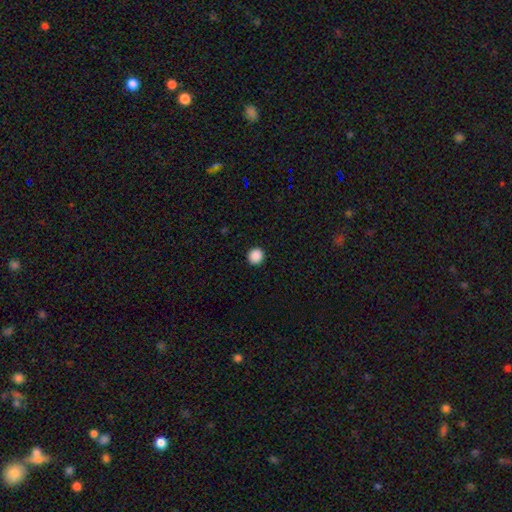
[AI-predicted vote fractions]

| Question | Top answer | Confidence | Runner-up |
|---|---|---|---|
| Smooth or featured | smooth | 88% | star or artifact (10%) |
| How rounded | round | 92% | in between (7%) |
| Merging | none | 93% | minor disturbance (5%) |